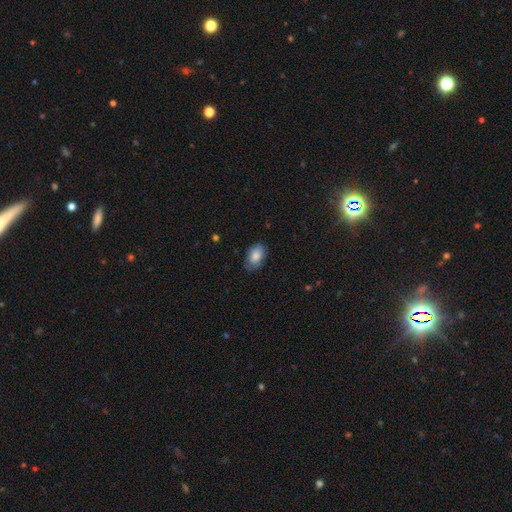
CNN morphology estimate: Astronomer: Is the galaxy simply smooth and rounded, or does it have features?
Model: smooth — 80%.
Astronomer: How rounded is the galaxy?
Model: in between — 91%.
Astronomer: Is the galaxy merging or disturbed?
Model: none — 74%.